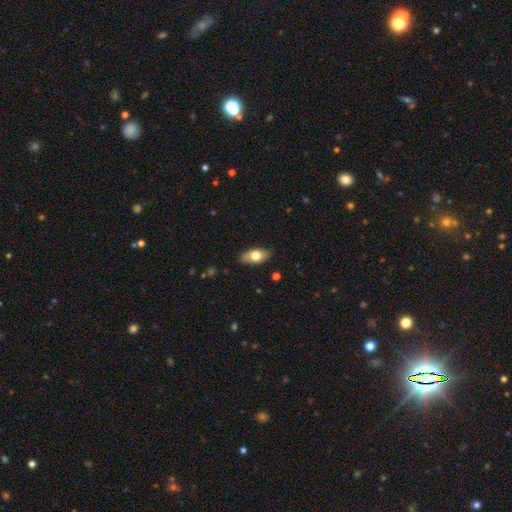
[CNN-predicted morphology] Smooth or featured: smooth — 72% (featured or disk — 22%)
How rounded: in between — 89% (cigar-shaped — 8%)
Merging: none — 87% (minor disturbance — 10%)